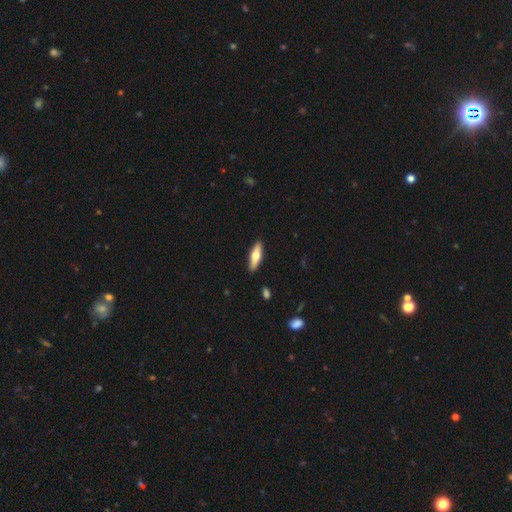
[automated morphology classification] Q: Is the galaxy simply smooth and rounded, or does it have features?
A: smooth — 55%.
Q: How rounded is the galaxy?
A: cigar-shaped — 56%.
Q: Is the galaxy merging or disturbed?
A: none — 89%.